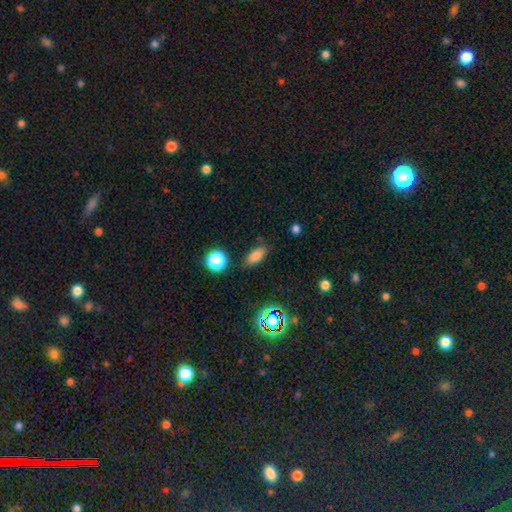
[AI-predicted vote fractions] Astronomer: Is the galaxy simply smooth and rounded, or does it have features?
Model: smooth — 78%.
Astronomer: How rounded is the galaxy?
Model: in between — 80%.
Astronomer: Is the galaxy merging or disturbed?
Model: none — 81%.